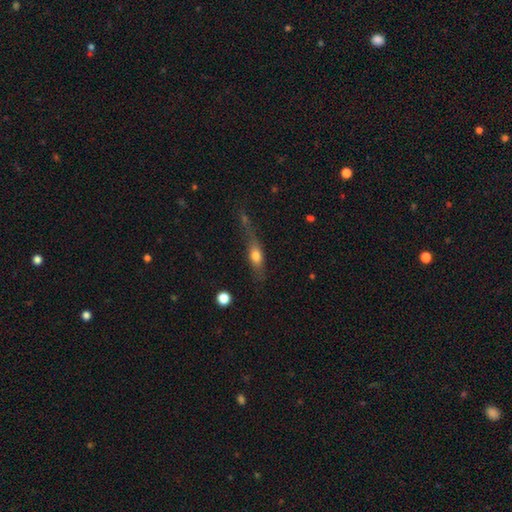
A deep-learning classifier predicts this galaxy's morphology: Q: Smooth or featured?
A: smooth (62%); runner-up: featured or disk (28%)
Q: How rounded?
A: in between (52%); runner-up: cigar-shaped (40%)
Q: Merging?
A: none (41%); runner-up: minor disturbance (25%)